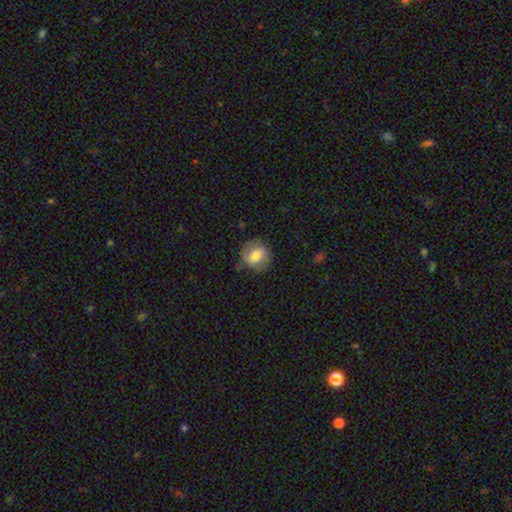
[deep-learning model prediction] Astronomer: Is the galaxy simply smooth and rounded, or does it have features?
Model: smooth — 66%.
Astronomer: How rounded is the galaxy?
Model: round — 77%.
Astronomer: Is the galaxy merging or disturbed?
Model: none — 74%.